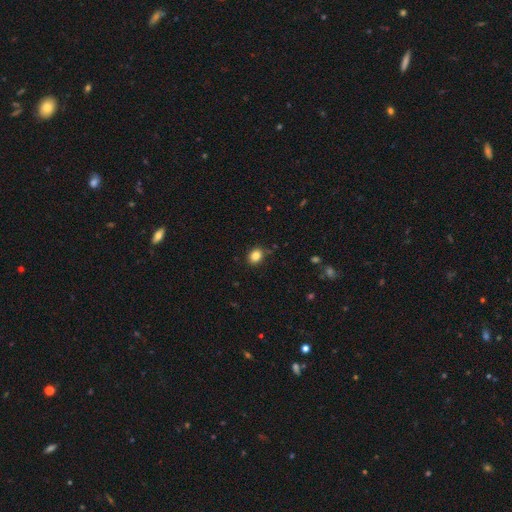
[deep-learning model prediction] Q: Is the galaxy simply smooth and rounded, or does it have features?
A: smooth — 85%.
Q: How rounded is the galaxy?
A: round — 60%.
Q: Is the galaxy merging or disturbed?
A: none — 84%.